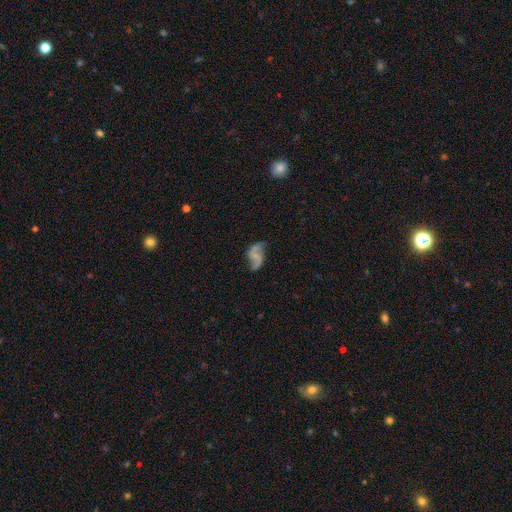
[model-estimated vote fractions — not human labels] featured or disk 72%, smooth 19%, star or artifact 9%. Down the decision tree: edge-on disk — no (97%); bar — no (46%); spiral arms — yes (88%); spiral arm count — 2 (90%); spiral winding — loose (76%); bulge size — none (50%); merging — none (59%).